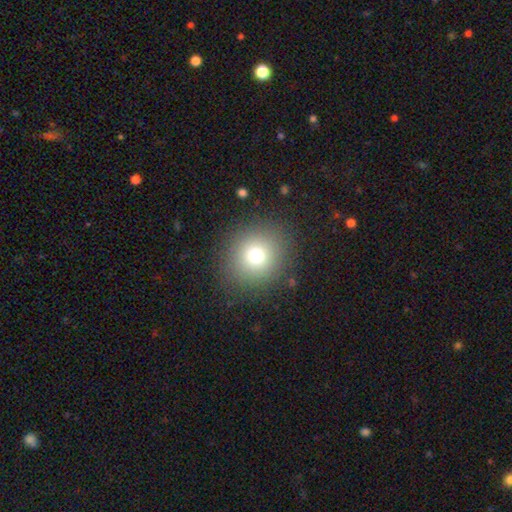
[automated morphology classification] Smooth or featured: smooth — 75% (star or artifact — 15%)
How rounded: round — 87% (in between — 12%)
Merging: none — 88% (minor disturbance — 7%)